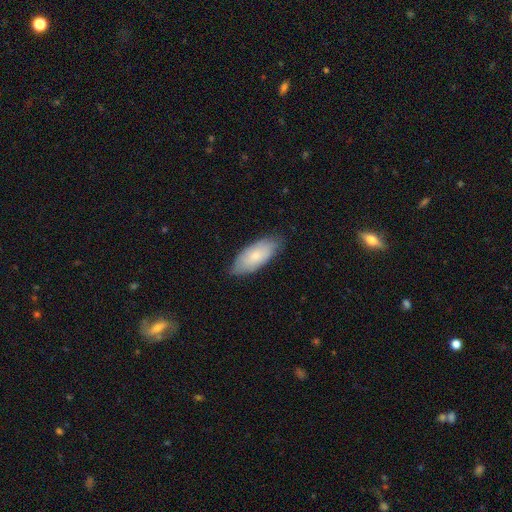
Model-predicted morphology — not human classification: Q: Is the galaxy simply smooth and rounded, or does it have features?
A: smooth — 75%.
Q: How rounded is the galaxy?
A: in between — 86%.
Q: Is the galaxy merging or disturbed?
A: none — 79%.